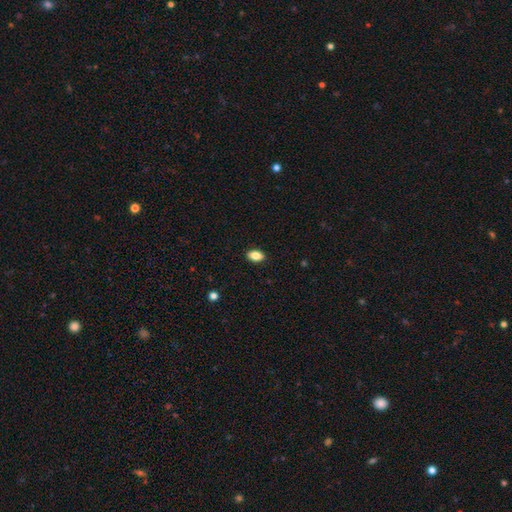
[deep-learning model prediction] This appears to be a smooth galaxy with no disk features (84%) that is in between round and cigar-shaped (88%). Merging: none (90%).